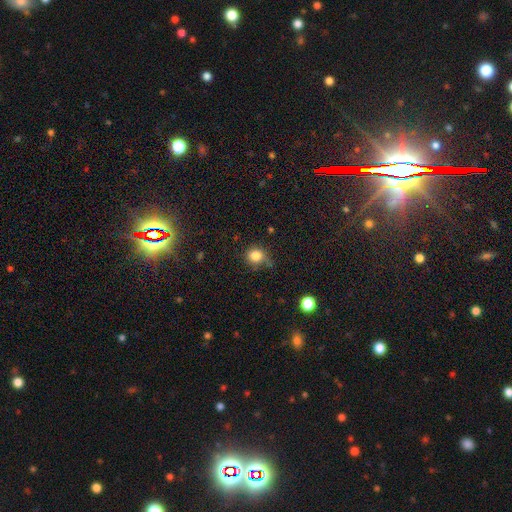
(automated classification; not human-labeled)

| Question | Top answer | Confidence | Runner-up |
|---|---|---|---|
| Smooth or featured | smooth | 83% | star or artifact (12%) |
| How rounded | round | 85% | in between (14%) |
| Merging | none | 68% | minor disturbance (22%) |